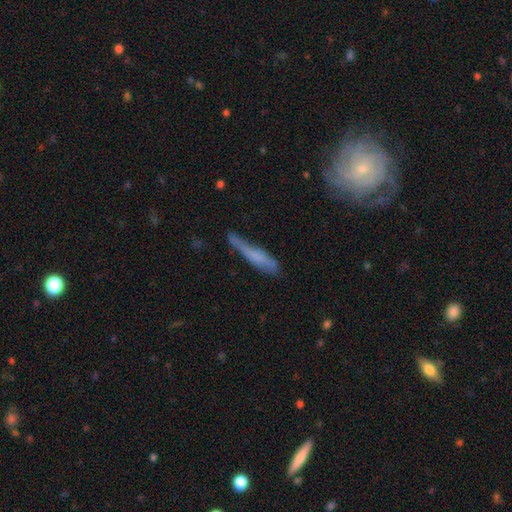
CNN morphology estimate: smooth-or-featured: smooth: 54% | featured or disk: 37% | star or artifact: 9%
  how-rounded: cigar-shaped: 88% | in between: 10% | round: 2%
  merging: none: 53% | minor disturbance: 30% | major disturbance: 13% | merger: 5%